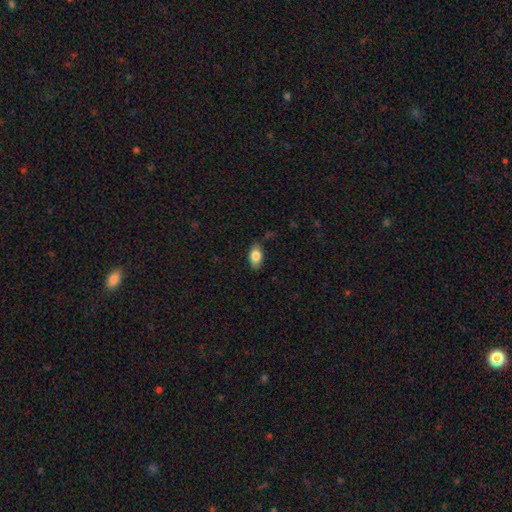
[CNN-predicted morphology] smooth 82%, featured or disk 10%, star or artifact 8%. Down the decision tree: how rounded — in between (90%); merging — none (75%).